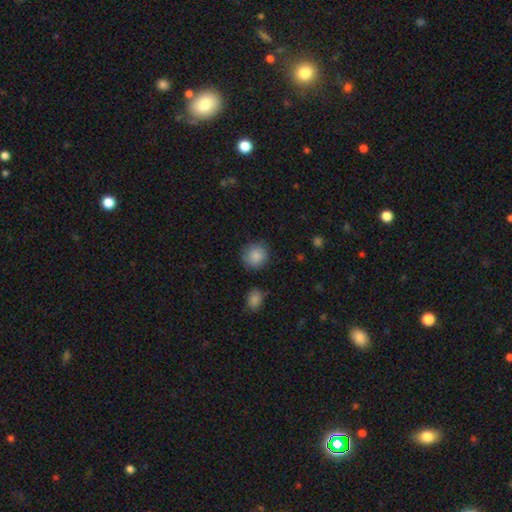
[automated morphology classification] Smooth or featured: smooth — 87% (star or artifact — 8%)
How rounded: round — 90% (in between — 9%)
Merging: none — 84% (minor disturbance — 11%)